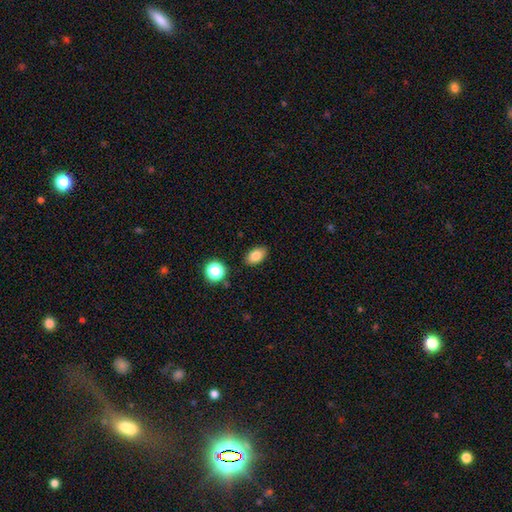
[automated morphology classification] The model was most divided on "smooth or featured": smooth: 83%, star or artifact: 10%, featured or disk: 7%. More confident: how rounded — in between (87%); merging — none (86%).